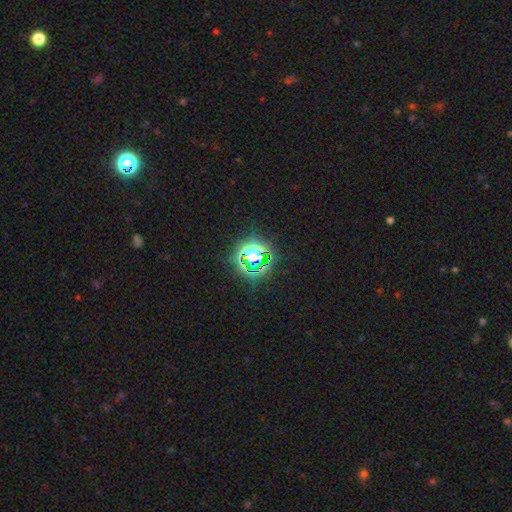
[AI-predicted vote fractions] star or artifact 70%, smooth 20%, featured or disk 10%.